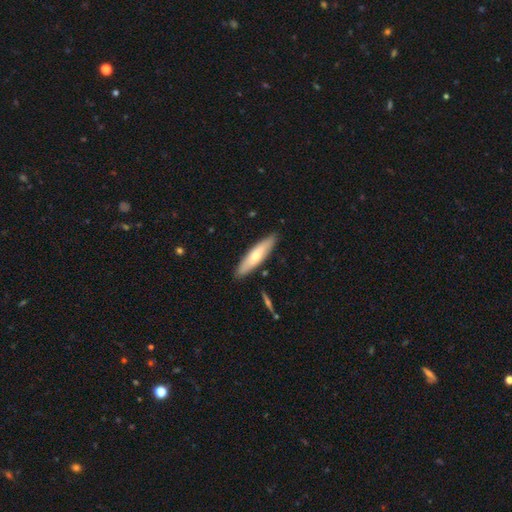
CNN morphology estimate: Overall: smooth (60%; featured or disk 34%). How rounded: cigar-shaped (73%). Merging: none (86%).